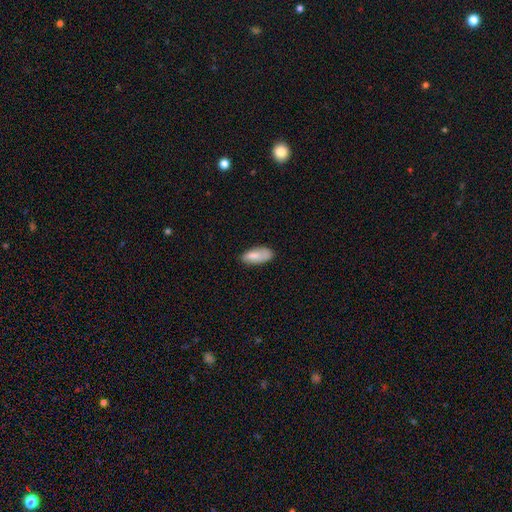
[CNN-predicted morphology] A smooth galaxy with no disk features (81%) that is in between round and cigar-shaped (86%). Merging: none (73%).